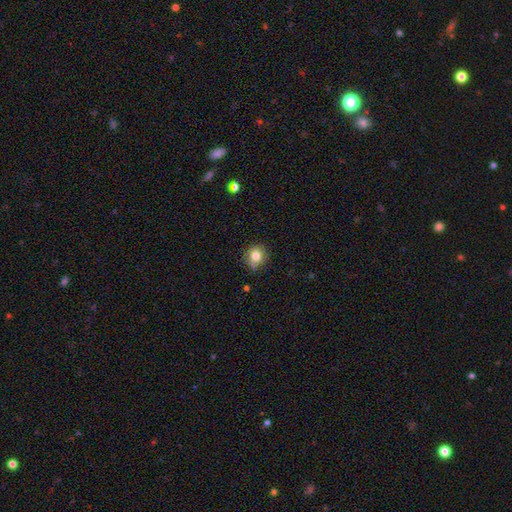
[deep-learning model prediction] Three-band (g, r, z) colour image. It shows a smooth galaxy with no disk features (78%) that is round (83%). Merging: none (75%).